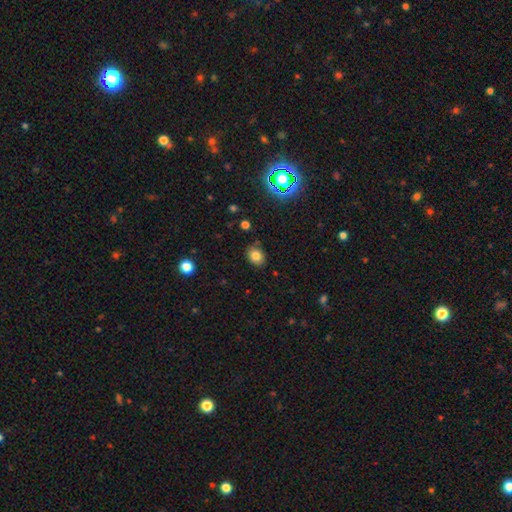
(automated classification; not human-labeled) smooth_or_featured: smooth (p=0.79) [alt: star or artifact p=0.13]
how_rounded: in between (p=0.59) [alt: round p=0.40]
merging: none (p=0.81) [alt: minor disturbance p=0.14]